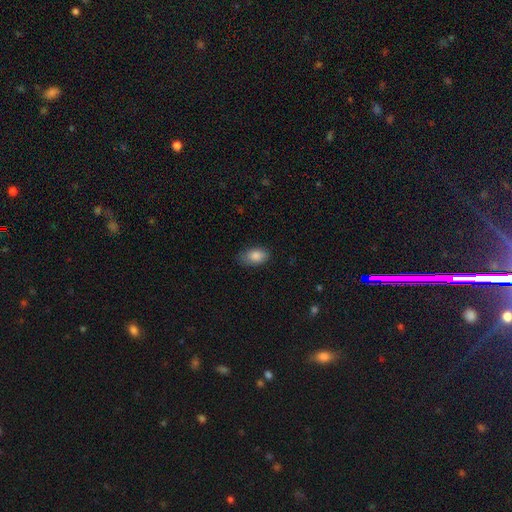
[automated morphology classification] type=smooth (86%); roundness=in between (91%); merging=none (73%).